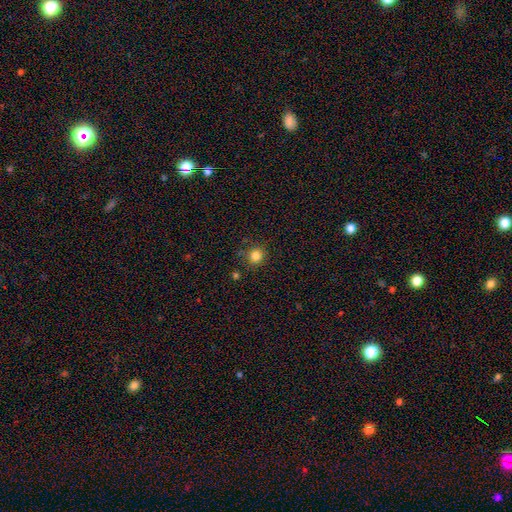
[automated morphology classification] Overall: smooth (83%). How rounded: round (91%). Merging: none (84%).